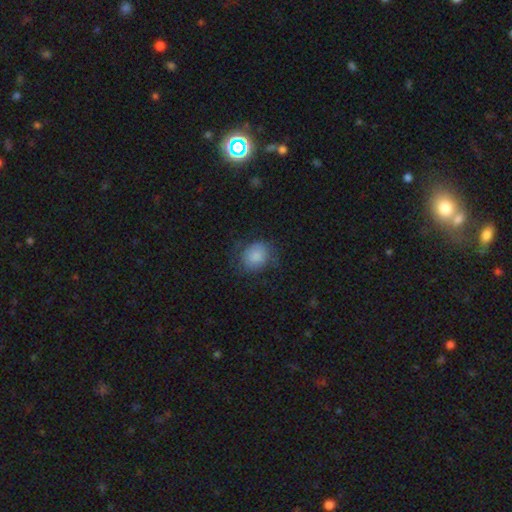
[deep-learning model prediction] smooth_or_featured: smooth (p=0.77) [alt: featured or disk p=0.15]
how_rounded: round (p=0.60) [alt: in between p=0.39]
merging: none (p=0.60) [alt: minor disturbance p=0.24]